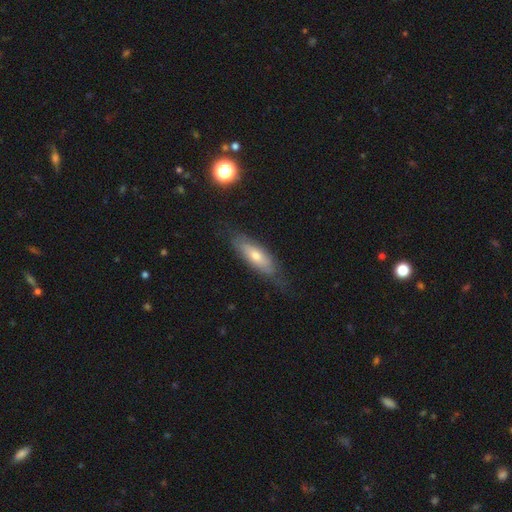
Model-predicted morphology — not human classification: This appears to be a smooth galaxy with no disk features (49%). Merging: none (67%).